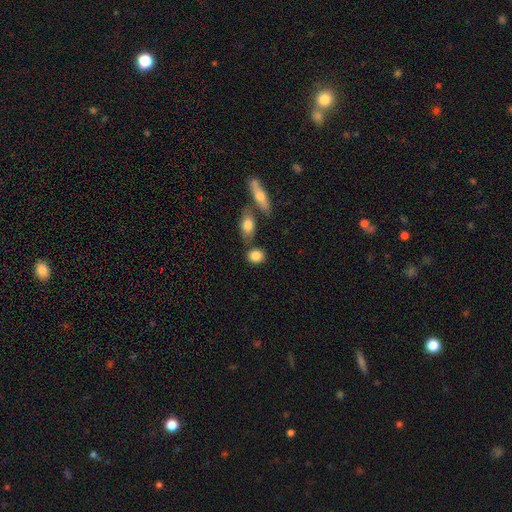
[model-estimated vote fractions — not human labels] smooth_or_featured: smooth (p=0.84) [alt: featured or disk p=0.08]
how_rounded: round (p=0.52) [alt: in between p=0.45]
merging: none (p=0.66) [alt: merger p=0.17]